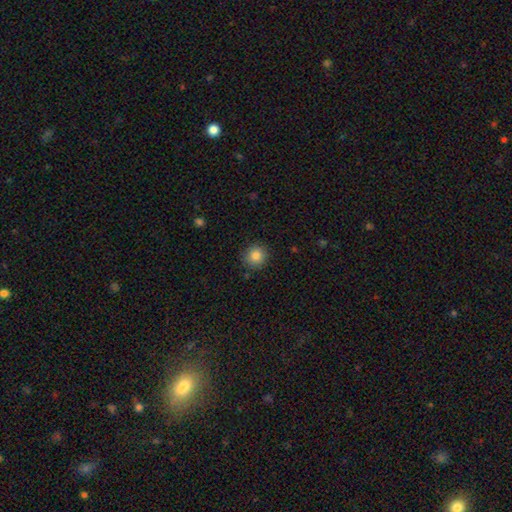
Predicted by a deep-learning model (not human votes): smooth 84%, star or artifact 10%, featured or disk 6%. Down the decision tree: how rounded — round (91%); merging — none (89%).